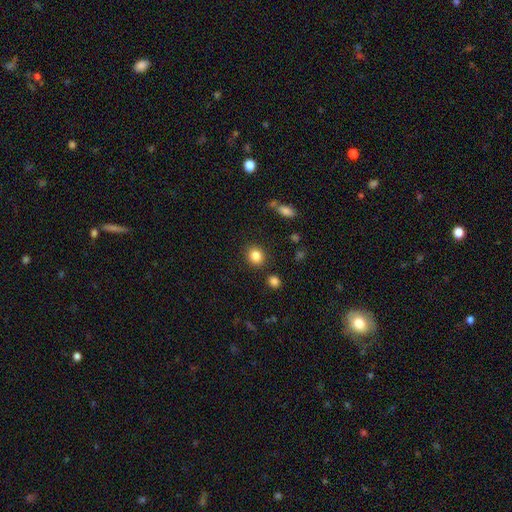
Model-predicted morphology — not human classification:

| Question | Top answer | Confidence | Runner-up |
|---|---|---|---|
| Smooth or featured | smooth | 84% | star or artifact (10%) |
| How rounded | round | 72% | in between (27%) |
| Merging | none | 86% | minor disturbance (8%) |